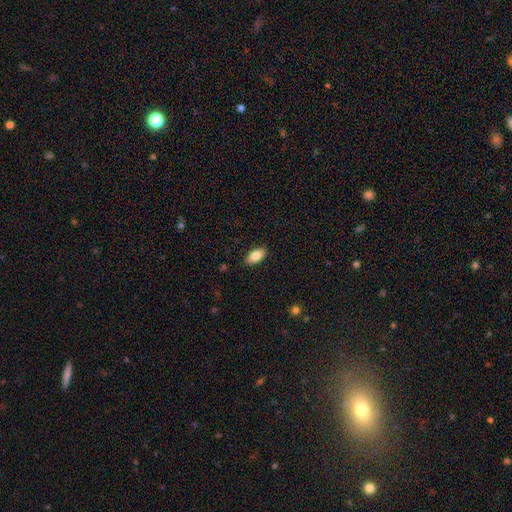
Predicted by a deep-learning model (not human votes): Smooth or featured? smooth (84%)
How rounded? in between (92%)
Merging? none (88%)